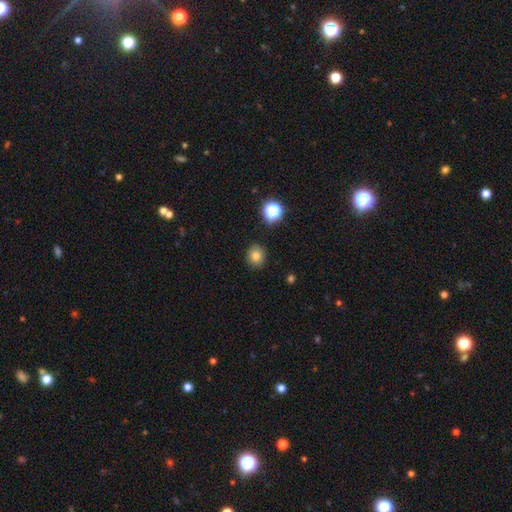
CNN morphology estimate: smooth-or-featured: smooth: 80% | star or artifact: 14% | featured or disk: 6%
  how-rounded: round: 78% | in between: 21% | cigar-shaped: 1%
  merging: none: 88% | minor disturbance: 8% | major disturbance: 2% | merger: 2%